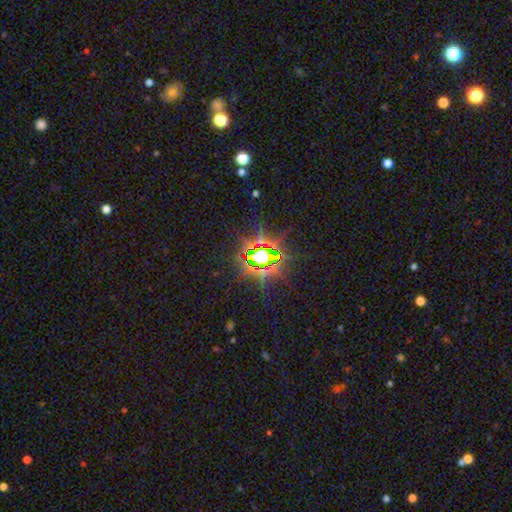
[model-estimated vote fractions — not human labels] The model was most divided on "smooth or featured": star or artifact: 82%, smooth: 9%, featured or disk: 9%.